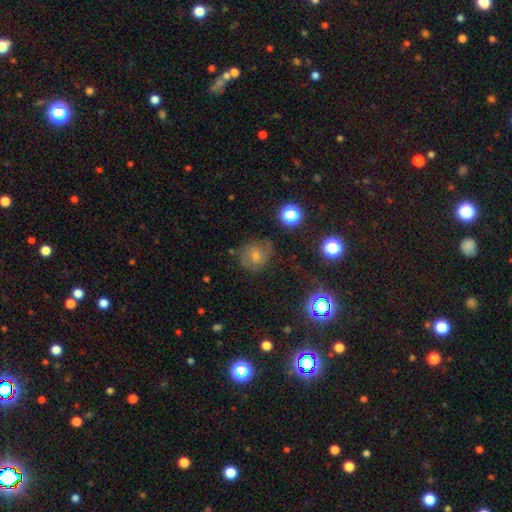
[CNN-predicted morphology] Smooth or featured? Predicted: featured or disk (p=0.44). Merging? Predicted: none (p=0.76).